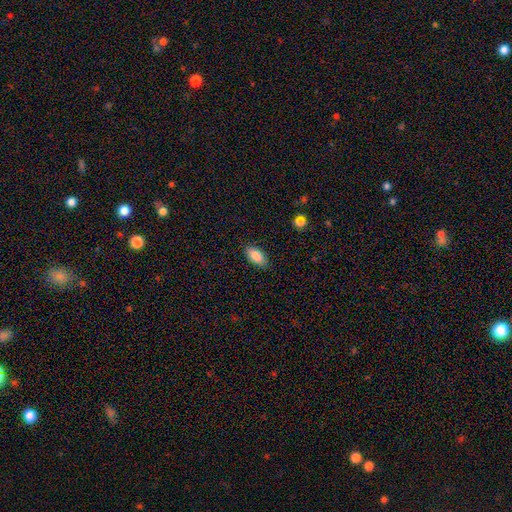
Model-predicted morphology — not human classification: Smooth or featured: smooth — 88% (star or artifact — 7%)
How rounded: in between — 91% (cigar-shaped — 7%)
Merging: none — 86% (minor disturbance — 11%)